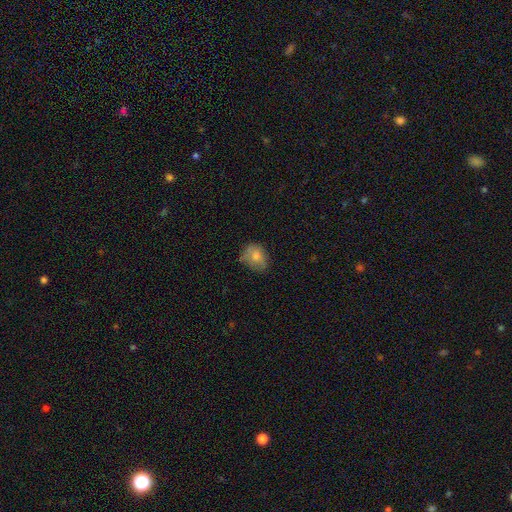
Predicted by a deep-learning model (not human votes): smooth_or_featured: smooth (p=0.74) [alt: featured or disk p=0.17]
how_rounded: round (p=0.50) [alt: in between p=0.49]
merging: none (p=0.56) [alt: minor disturbance p=0.32]